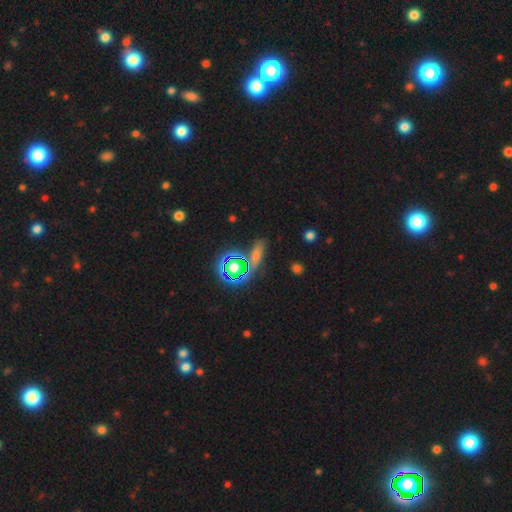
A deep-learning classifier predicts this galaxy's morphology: smooth-or-featured: star or artifact: 46% | smooth: 40% | featured or disk: 14%